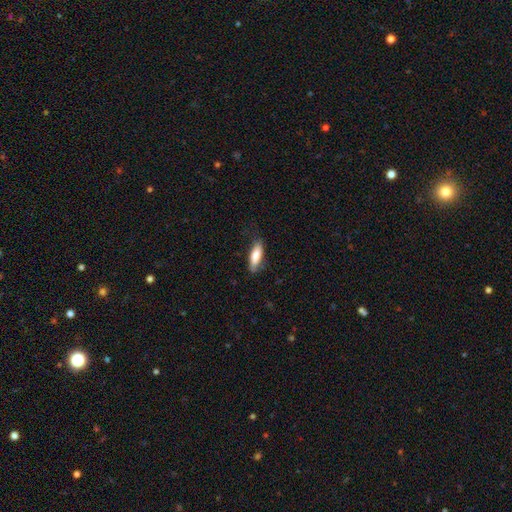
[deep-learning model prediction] This appears to be a smooth galaxy with no disk features (82%) that is in between round and cigar-shaped (59%). Merging: none (72%).